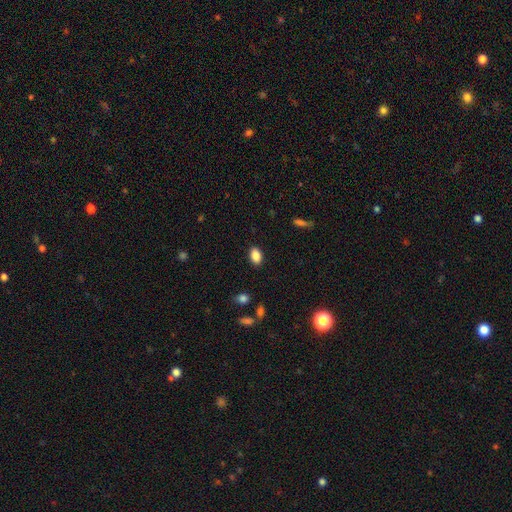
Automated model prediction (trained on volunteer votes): Morphology: type=smooth (87%); roundness=in between (87%); merging=none (88%).